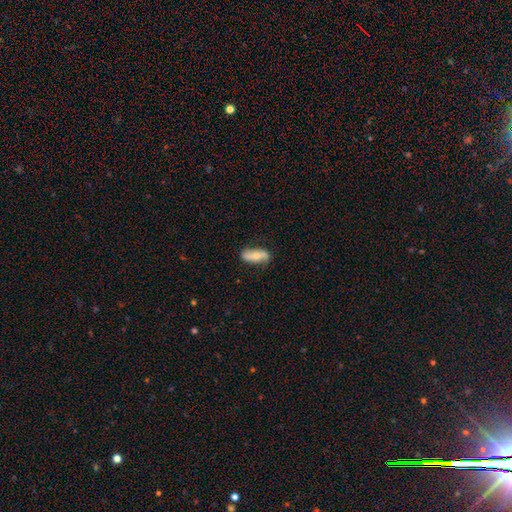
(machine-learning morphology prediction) smooth-or-featured: smooth: 51% | featured or disk: 43% | star or artifact: 6%
  how-rounded: in between: 68% | cigar-shaped: 28% | round: 4%
  merging: none: 76% | minor disturbance: 18% | major disturbance: 4% | merger: 2%